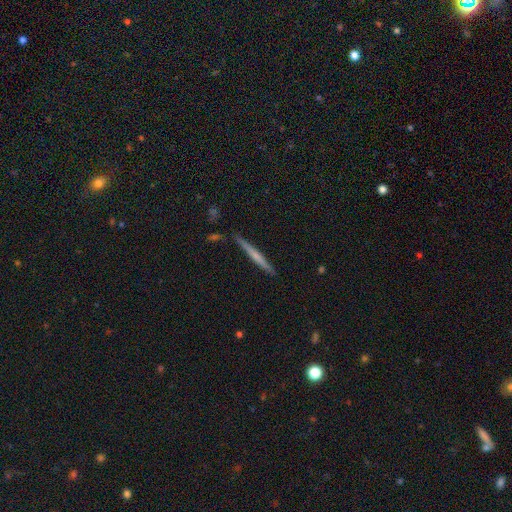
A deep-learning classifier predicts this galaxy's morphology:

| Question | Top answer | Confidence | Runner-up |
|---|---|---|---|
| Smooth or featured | featured or disk | 48% | smooth (46%) |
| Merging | none | 88% | minor disturbance (8%) |